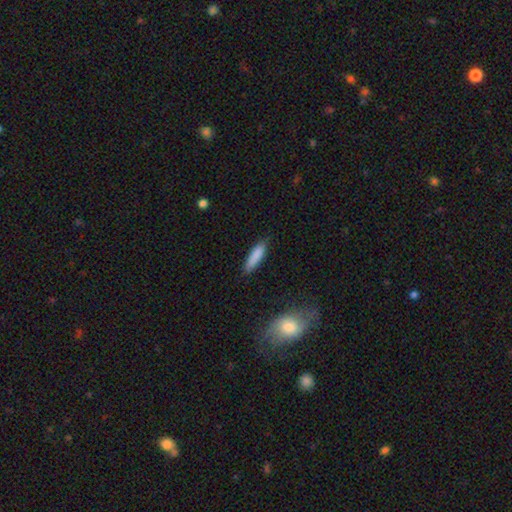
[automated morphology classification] Smooth or featured: smooth — 85% (featured or disk — 8%)
How rounded: cigar-shaped — 70% (in between — 29%)
Merging: none — 83% (minor disturbance — 13%)